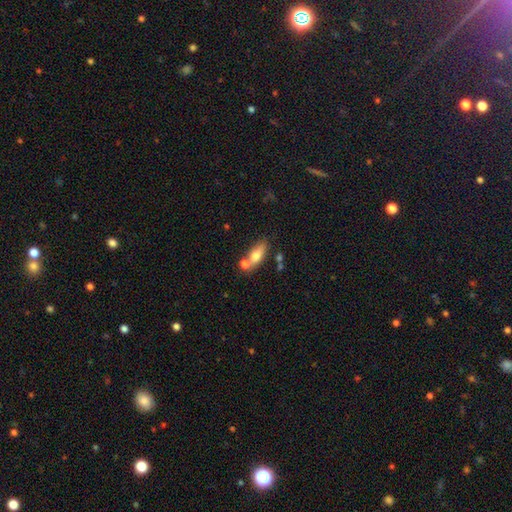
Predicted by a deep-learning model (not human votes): Morphology: type=smooth (71%); roundness=in between (71%); merging=none (54%).